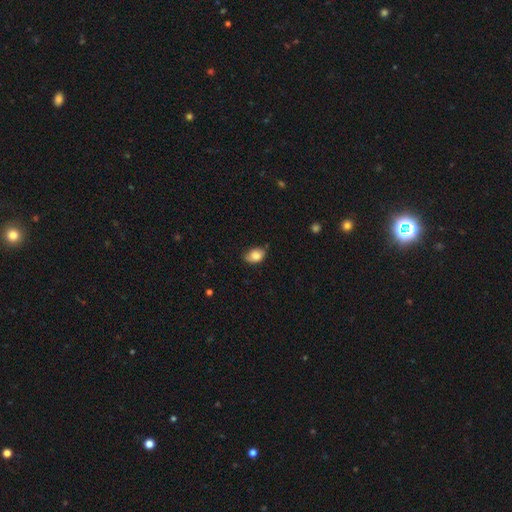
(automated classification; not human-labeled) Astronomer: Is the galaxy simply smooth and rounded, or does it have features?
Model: smooth — 82%.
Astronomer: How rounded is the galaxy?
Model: in between — 79%.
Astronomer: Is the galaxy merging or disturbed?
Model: none — 56% (runner-up: minor disturbance, 35%).